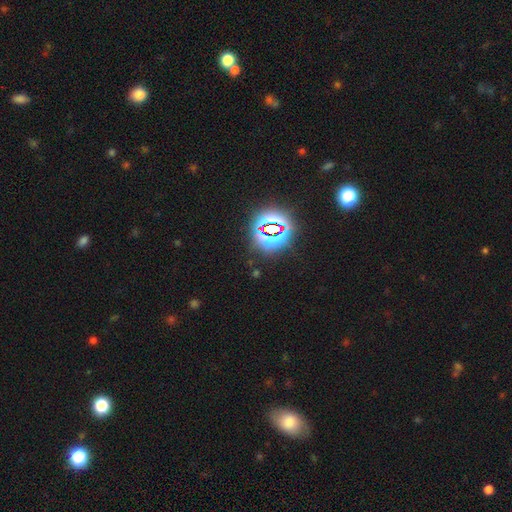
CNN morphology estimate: star or artifact 79%, smooth 13%, featured or disk 8%.